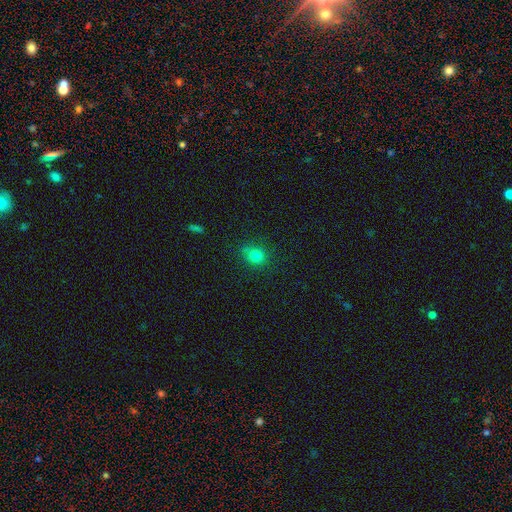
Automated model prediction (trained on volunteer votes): Smooth or featured? Predicted: smooth (p=0.79). How rounded? Predicted: round (p=0.72). Merging? Predicted: none (p=0.77).